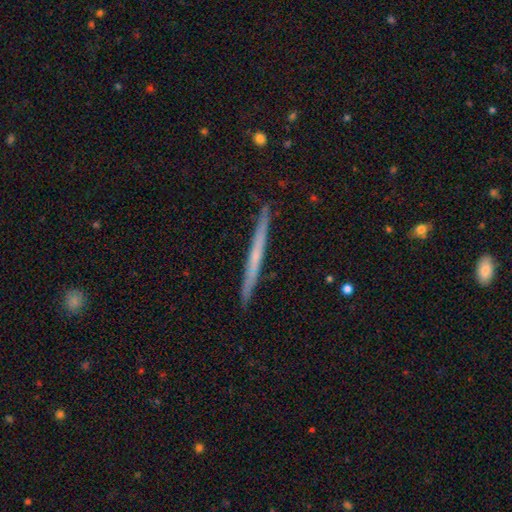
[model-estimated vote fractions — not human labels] smooth_or_featured: featured or disk (p=0.58) [alt: smooth p=0.36]
disk_edge_on: yes (p=0.98) [alt: no p=0.02]
edge_on_bulge: none (p=0.79) [alt: rounded p=0.17]
merging: none (p=0.92) [alt: minor disturbance p=0.06]